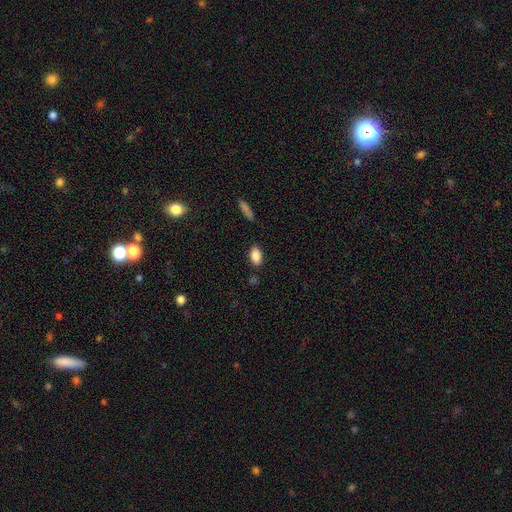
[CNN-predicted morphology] Overall: smooth (87%). How rounded: in between (90%). Merging: none (85%).